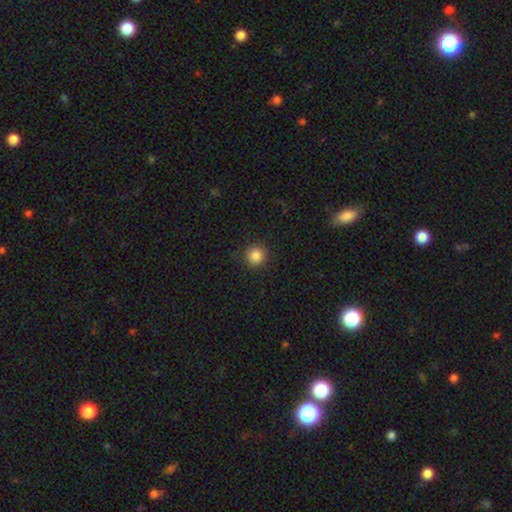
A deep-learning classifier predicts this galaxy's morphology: Q: Smooth or featured?
A: smooth (86%); runner-up: star or artifact (11%)
Q: How rounded?
A: round (94%); runner-up: in between (5%)
Q: Merging?
A: none (91%); runner-up: minor disturbance (6%)